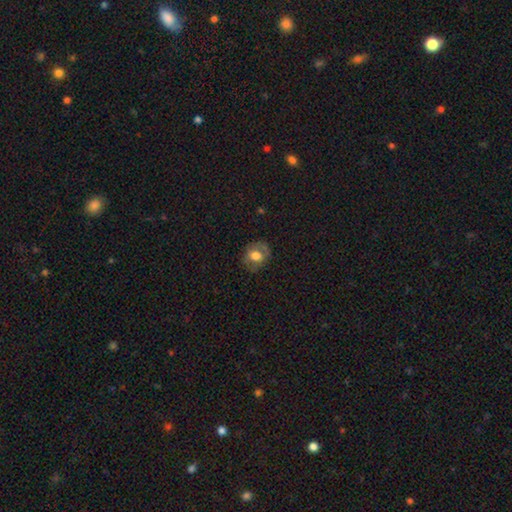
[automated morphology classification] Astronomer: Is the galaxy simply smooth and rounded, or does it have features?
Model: smooth — 61%.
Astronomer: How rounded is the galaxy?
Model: round — 62%.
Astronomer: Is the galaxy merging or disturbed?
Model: none — 72%.